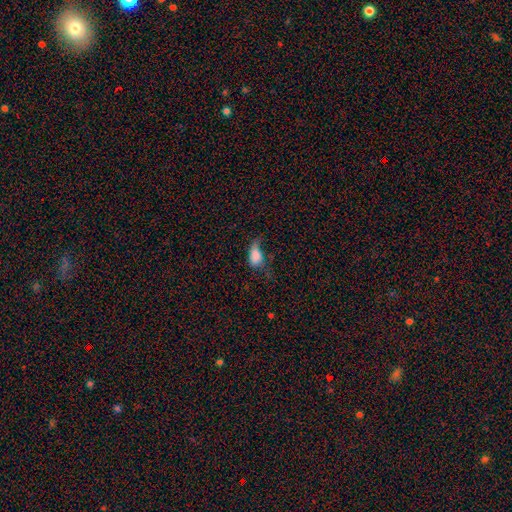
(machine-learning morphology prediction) Overall: smooth (76%). How rounded: in between (88%). Merging: major disturbance (44%; minor disturbance 29%).